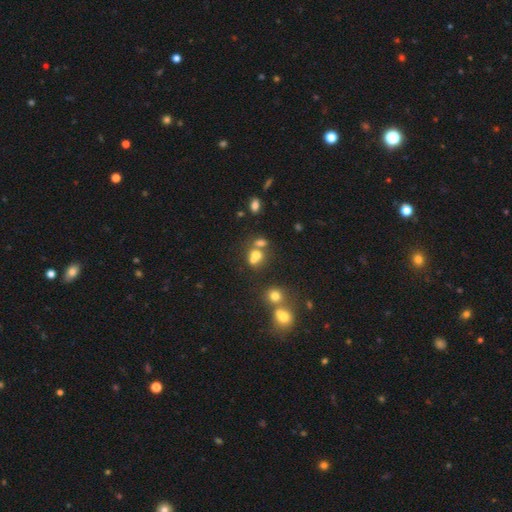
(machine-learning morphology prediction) smooth-or-featured: smooth: 63% | star or artifact: 19% | featured or disk: 18%
  how-rounded: round: 56% | in between: 42% | cigar-shaped: 2%
  merging: merger: 51% | none: 34% | minor disturbance: 9% | major disturbance: 6%